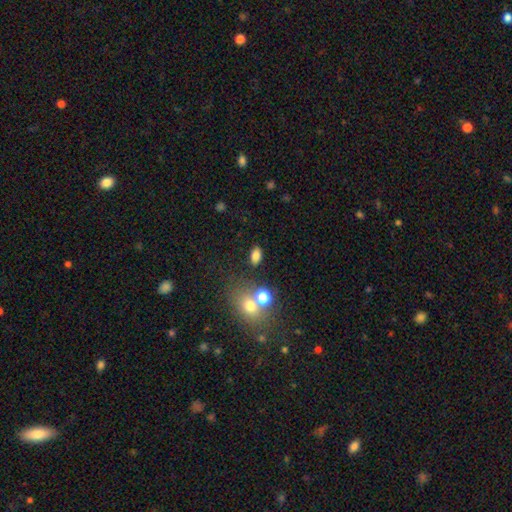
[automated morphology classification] Overall: smooth (80%). How rounded: in between (86%). Merging: none (80%).